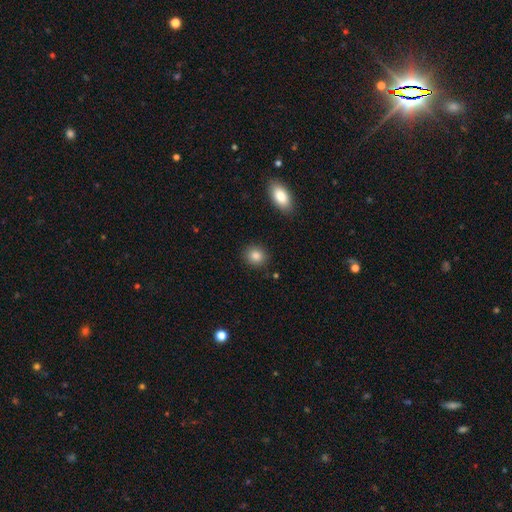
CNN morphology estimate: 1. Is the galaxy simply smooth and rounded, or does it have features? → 86% smooth, 9% star or artifact, 5% featured or disk.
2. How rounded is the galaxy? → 77% round, 22% in between, 1% cigar-shaped.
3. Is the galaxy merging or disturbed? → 88% none, 8% minor disturbance, 2% major disturbance, 2% merger.